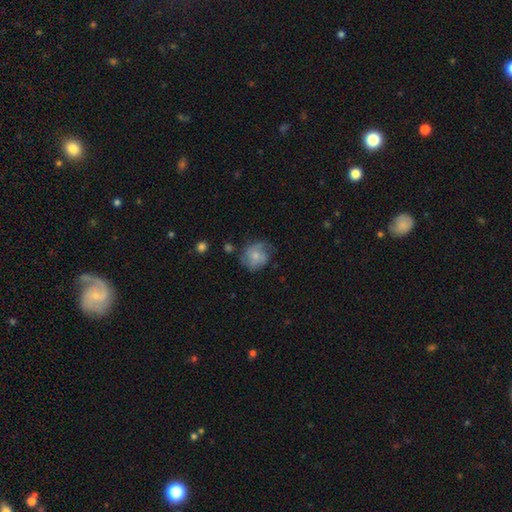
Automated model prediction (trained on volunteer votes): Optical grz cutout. It shows a smooth galaxy with no disk features (52%) that is round (74%). Merging: none (54%).